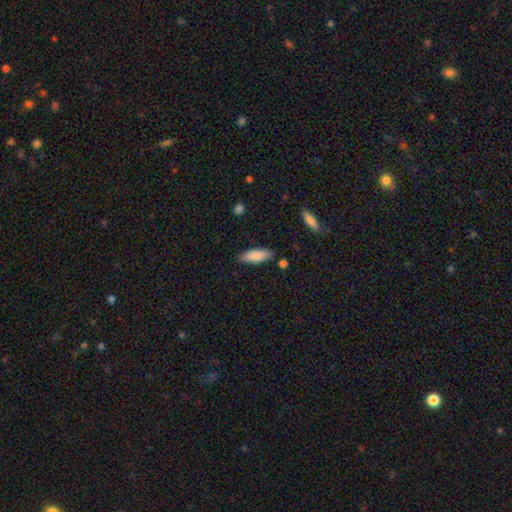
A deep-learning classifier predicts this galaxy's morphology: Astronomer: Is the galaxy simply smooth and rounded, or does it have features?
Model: smooth — 87%.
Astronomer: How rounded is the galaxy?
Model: in between — 66%.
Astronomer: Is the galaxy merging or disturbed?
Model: none — 83%.